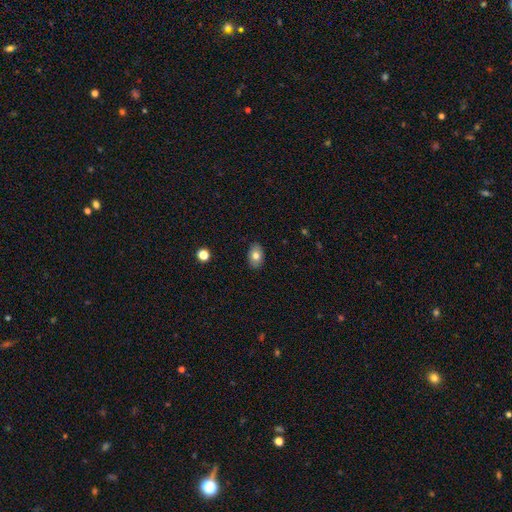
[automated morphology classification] A smooth galaxy with no disk features (78%) that is in between round and cigar-shaped (85%). Merging: none (88%).